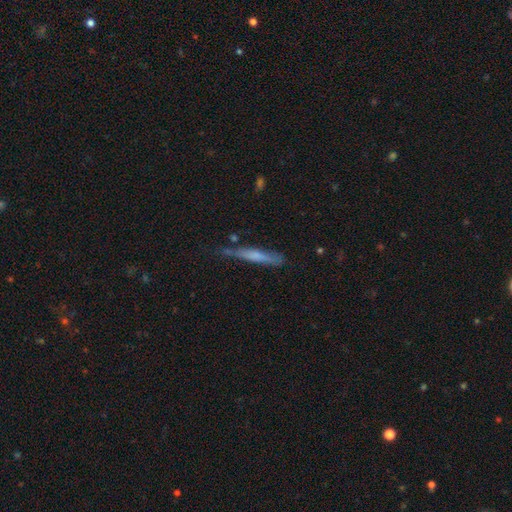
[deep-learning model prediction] The model was most divided on "smooth or featured": smooth: 54%, featured or disk: 38%, star or artifact: 7%. More confident: how rounded — cigar-shaped (93%); merging — none (61%).